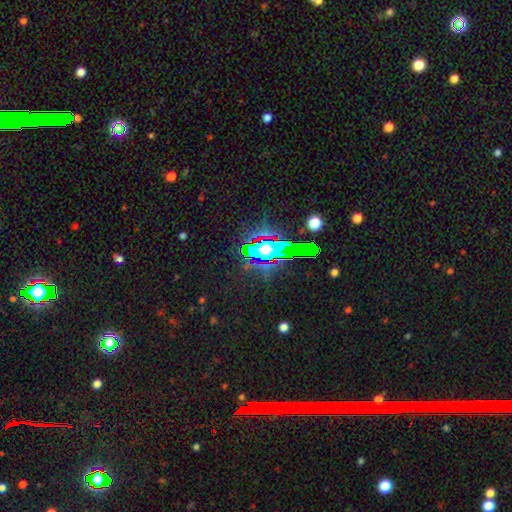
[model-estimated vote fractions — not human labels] star or artifact 81%, smooth 10%, featured or disk 9%.